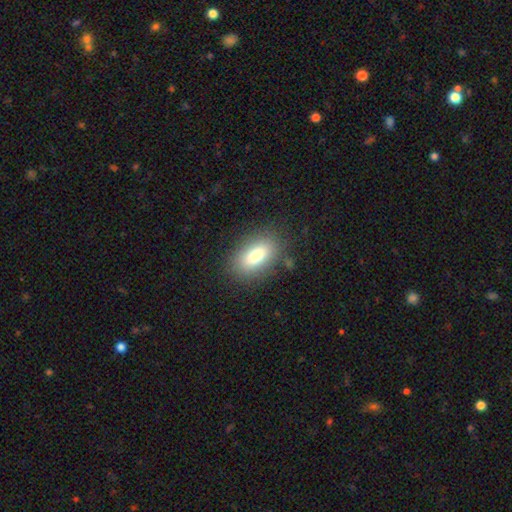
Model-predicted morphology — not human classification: Smooth or featured: smooth — 79% (featured or disk — 12%)
How rounded: in between — 89% (round — 7%)
Merging: none — 84% (minor disturbance — 10%)